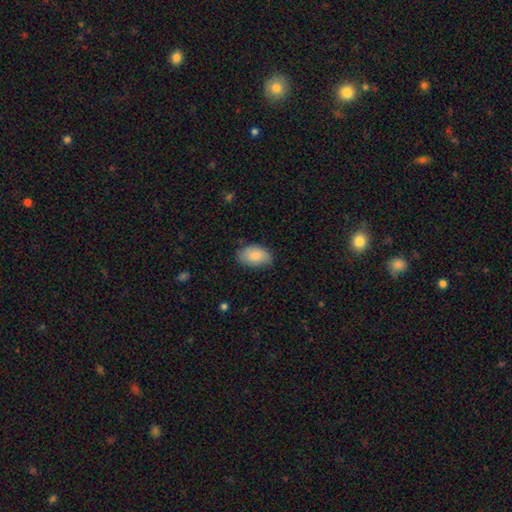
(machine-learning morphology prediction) This is clearly a smooth galaxy (85%). How rounded: clearly in between (92%). Merging: likely none (78%).